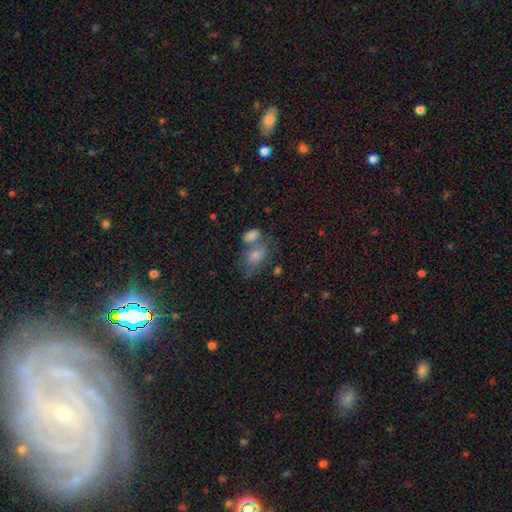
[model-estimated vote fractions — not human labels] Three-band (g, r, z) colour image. It shows a smooth galaxy with no disk features (73%) that is in between round and cigar-shaped (85%). Merging: merger (42%).